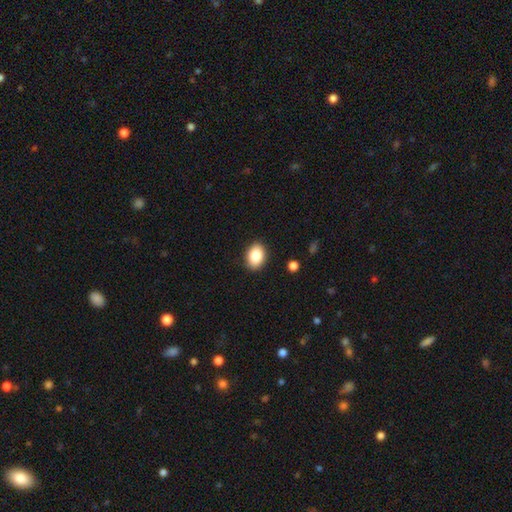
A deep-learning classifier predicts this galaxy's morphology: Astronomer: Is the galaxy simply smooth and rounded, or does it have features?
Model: smooth — 86%.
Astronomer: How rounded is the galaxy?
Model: in between — 78%.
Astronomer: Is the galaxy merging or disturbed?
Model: none — 89%.